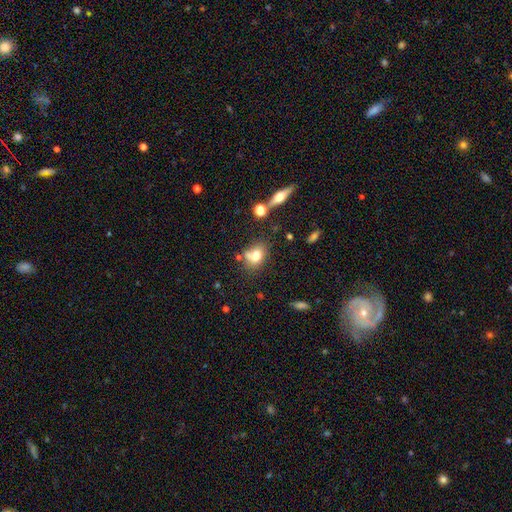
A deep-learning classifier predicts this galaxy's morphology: A smooth galaxy with no disk features (73%) that is in between round and cigar-shaped (56%).

Vote fractions:
- Smooth or featured? smooth: 73% / featured or disk: 15% / star or artifact: 12%
- How rounded? in between: 56% / round: 42% / cigar-shaped: 2%
- Merging? none: 58% / minor disturbance: 18% / merger: 18% / major disturbance: 6%